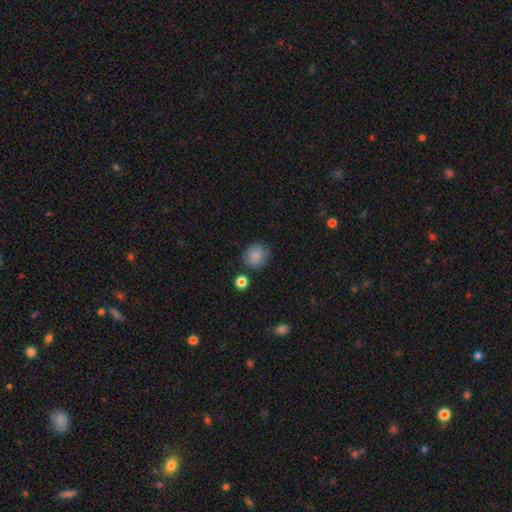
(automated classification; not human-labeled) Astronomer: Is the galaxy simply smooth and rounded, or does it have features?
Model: smooth — 85%.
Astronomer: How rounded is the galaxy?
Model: round — 86%.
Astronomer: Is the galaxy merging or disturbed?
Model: none — 79%.